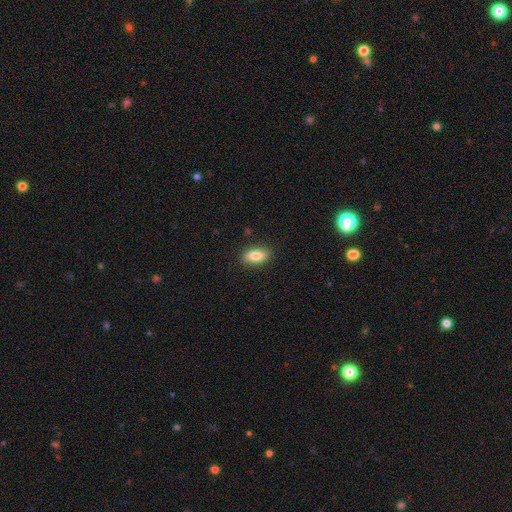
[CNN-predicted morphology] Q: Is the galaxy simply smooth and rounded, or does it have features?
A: smooth — 81%.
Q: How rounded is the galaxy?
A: in between — 86%.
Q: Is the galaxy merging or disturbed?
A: none — 87%.